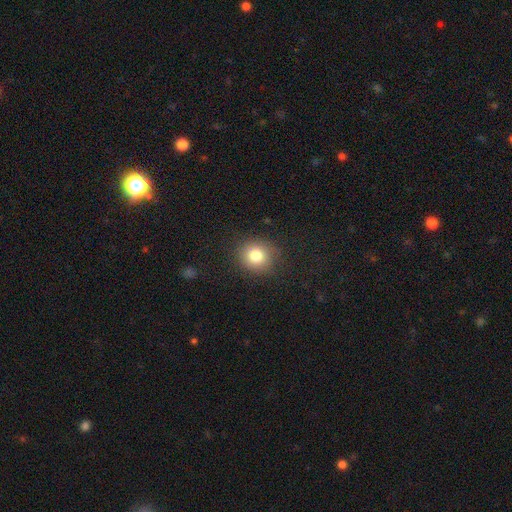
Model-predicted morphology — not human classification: smooth_or_featured: smooth (p=0.81) [alt: star or artifact p=0.11]
how_rounded: round (p=0.84) [alt: in between p=0.15]
merging: none (p=0.86) [alt: minor disturbance p=0.09]